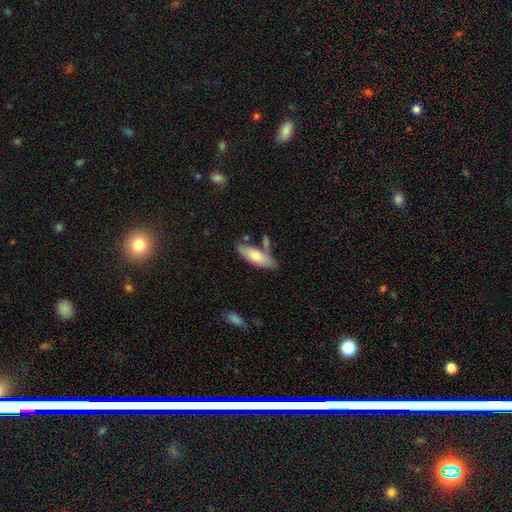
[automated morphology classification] smooth 71%, featured or disk 23%, star or artifact 5%. Down the decision tree: how rounded — in between (63%); merging — none (64%).